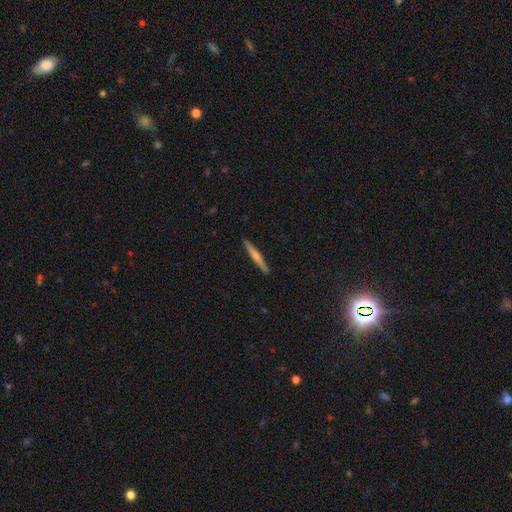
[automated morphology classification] Q: Smooth or featured?
A: featured or disk (53%); runner-up: smooth (40%)
Q: Edge-on disk?
A: yes (97%); runner-up: no (3%)
Q: Edge-on bulge?
A: rounded (69%); runner-up: none (24%)
Q: Merging?
A: none (91%); runner-up: minor disturbance (7%)